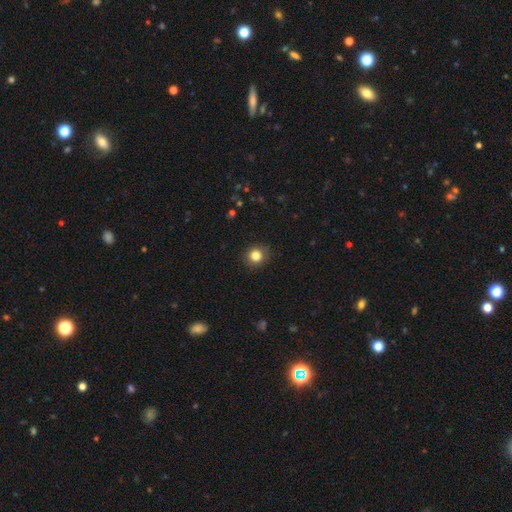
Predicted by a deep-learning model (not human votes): Smooth or featured? smooth (84%)
How rounded? round (89%)
Merging? none (89%)